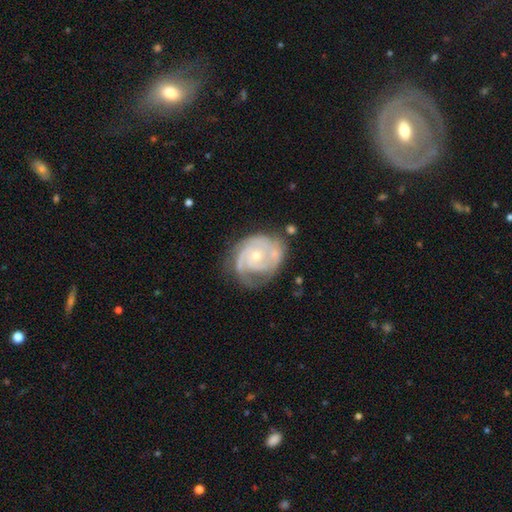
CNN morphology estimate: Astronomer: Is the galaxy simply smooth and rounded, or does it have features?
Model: featured or disk — 85%.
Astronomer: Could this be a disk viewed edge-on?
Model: no — 98%.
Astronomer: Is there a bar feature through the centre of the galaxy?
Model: no — 76%.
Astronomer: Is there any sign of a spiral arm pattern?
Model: yes — 95%.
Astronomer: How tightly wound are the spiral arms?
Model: tight — 64%.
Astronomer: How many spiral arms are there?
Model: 2 — 33% (runner-up: 3, 25%).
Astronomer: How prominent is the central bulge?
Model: small — 61%.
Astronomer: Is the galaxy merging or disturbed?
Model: none — 58%.